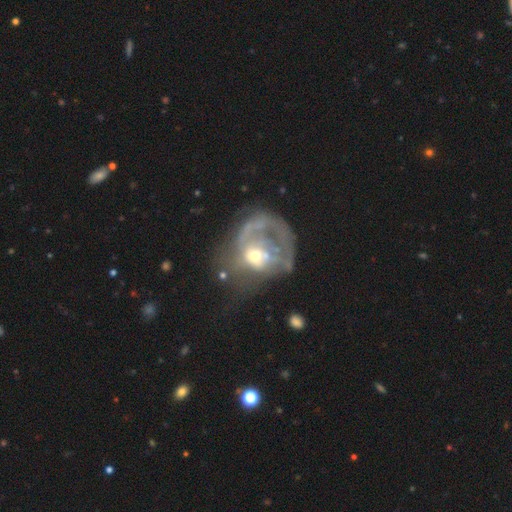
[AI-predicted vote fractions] Q: Smooth or featured?
A: featured or disk (65%); runner-up: smooth (25%)
Q: Edge-on disk?
A: no (97%); runner-up: yes (3%)
Q: Bar?
A: no (78%); runner-up: weak (17%)
Q: Spiral arms?
A: no (60%); runner-up: yes (40%)
Q: Bulge size?
A: moderate (52%); runner-up: small (36%)
Q: Merging?
A: major disturbance (54%); runner-up: none (21%)